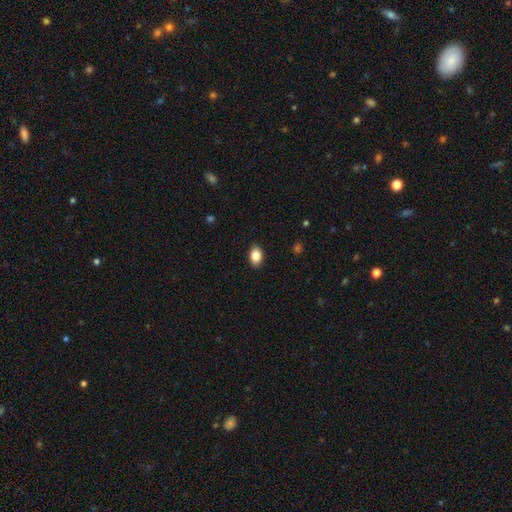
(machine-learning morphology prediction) smooth-or-featured: smooth: 85% | star or artifact: 8% | featured or disk: 7%
  how-rounded: in between: 86% | round: 13% | cigar-shaped: 1%
  merging: none: 89% | minor disturbance: 8% | major disturbance: 2% | merger: 1%